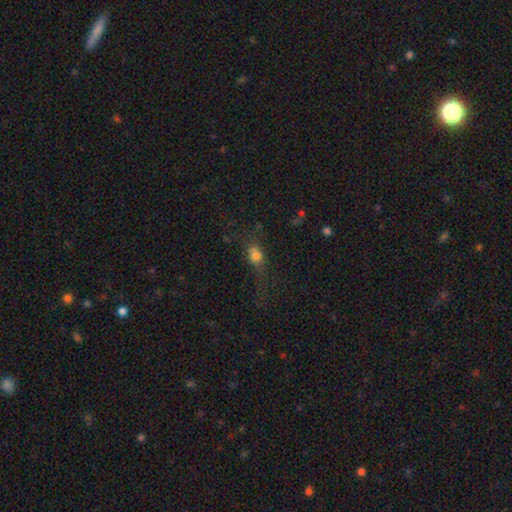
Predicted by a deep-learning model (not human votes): Smooth or featured? smooth (66%)
How rounded? round (46%)
Merging? none (44%)